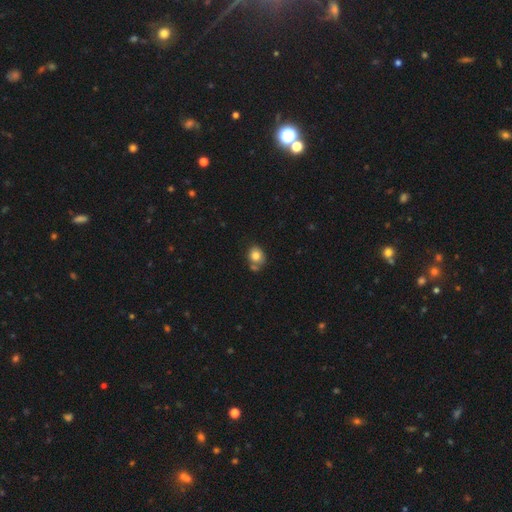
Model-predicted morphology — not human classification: A smooth galaxy with no disk features (82%) that is round (63%).

Vote fractions:
- Smooth or featured? smooth: 82% / star or artifact: 10% / featured or disk: 9%
- How rounded? round: 63% / in between: 36% / cigar-shaped: 1%
- Merging? none: 59% / merger: 20% / minor disturbance: 16% / major disturbance: 5%